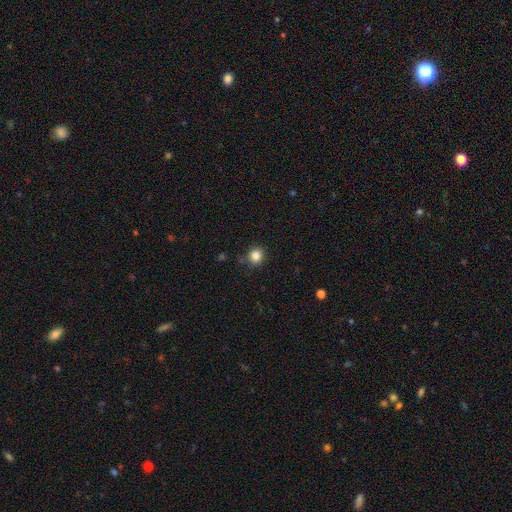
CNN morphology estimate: Smooth or featured?
  - smooth: 83% *
  - star or artifact: 12%
  - featured or disk: 5%
How rounded?
  - round: 86% *
  - in between: 13%
  - cigar-shaped: 1%
Merging?
  - none: 85% *
  - minor disturbance: 10%
  - major disturbance: 2%
  - merger: 2%